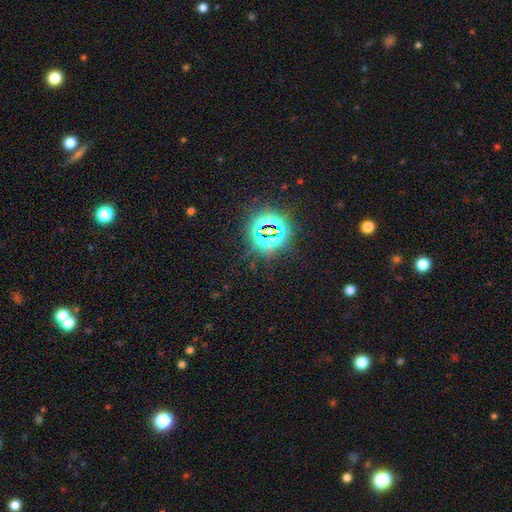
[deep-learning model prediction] Smooth or featured: star or artifact — 81% (smooth — 12%)